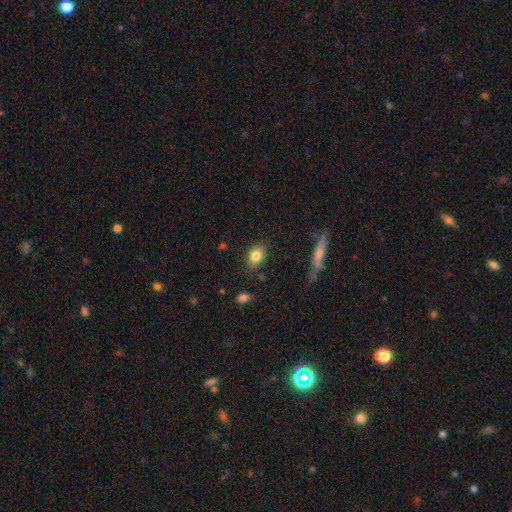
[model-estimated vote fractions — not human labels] This is clearly a smooth galaxy (83%). How rounded: likely in between (75%). Merging: clearly none (84%).